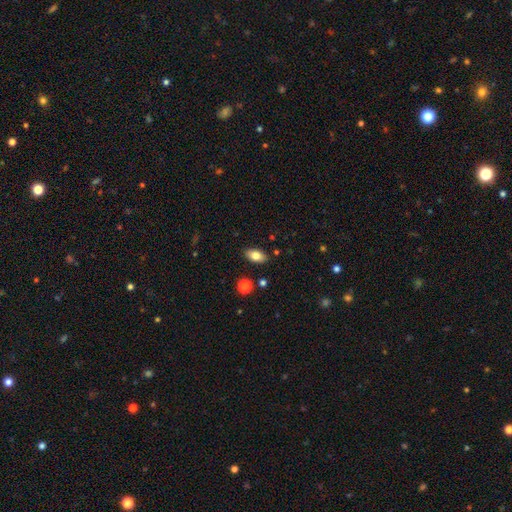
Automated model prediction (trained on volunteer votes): smooth-or-featured: smooth: 80% | featured or disk: 12% | star or artifact: 8%
  how-rounded: in between: 90% | round: 5% | cigar-shaped: 4%
  merging: none: 87% | minor disturbance: 9% | major disturbance: 2% | merger: 2%